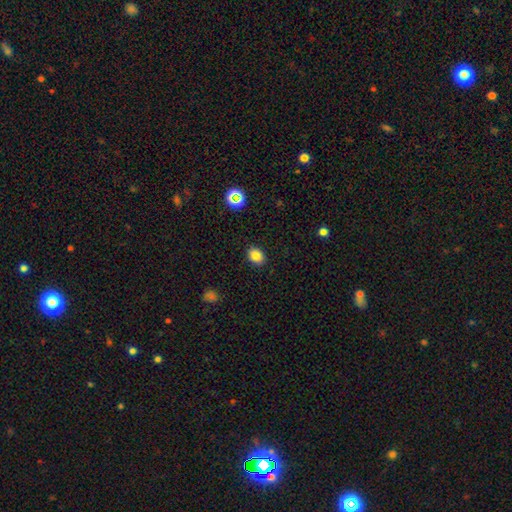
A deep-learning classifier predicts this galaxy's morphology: smooth_or_featured: smooth (p=0.84) [alt: star or artifact p=0.11]
how_rounded: in between (p=0.62) [alt: round p=0.37]
merging: none (p=0.87) [alt: minor disturbance p=0.09]